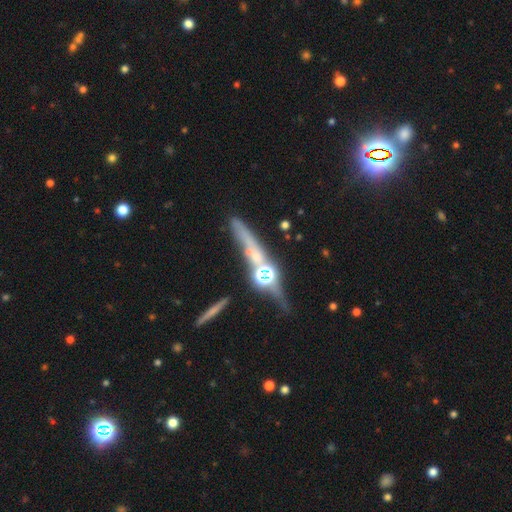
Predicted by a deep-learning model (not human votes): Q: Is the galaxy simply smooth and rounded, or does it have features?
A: featured or disk — 57%.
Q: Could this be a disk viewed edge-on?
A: yes — 83%.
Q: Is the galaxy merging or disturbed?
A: none — 54%.